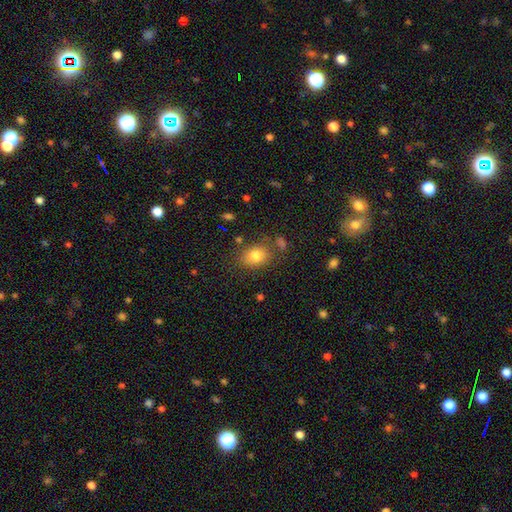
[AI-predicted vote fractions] This is likely a smooth galaxy (80%). How rounded: likely in between (60%). Merging: likely none (74%).